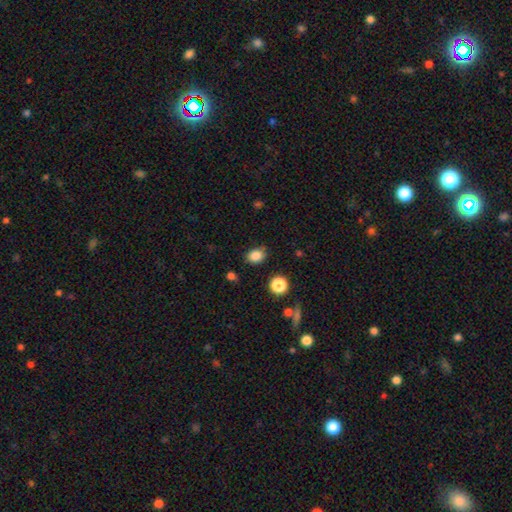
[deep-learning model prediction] Smooth or featured? Predicted: smooth (p=0.84). How rounded? Predicted: in between (p=0.59). Merging? Predicted: none (p=0.79).